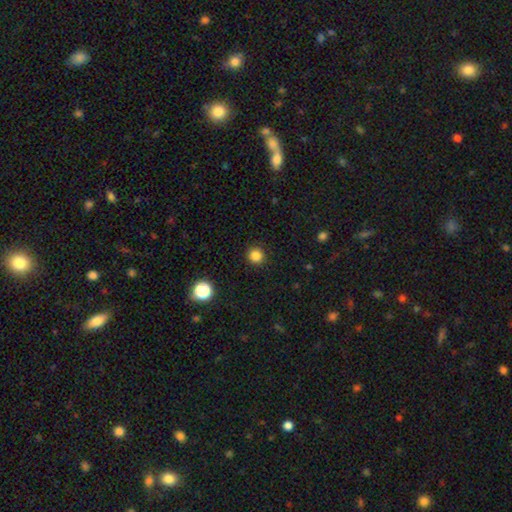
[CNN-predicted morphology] Smooth or featured? Predicted: smooth (p=0.84). How rounded? Predicted: round (p=0.95). Merging? Predicted: none (p=0.92).